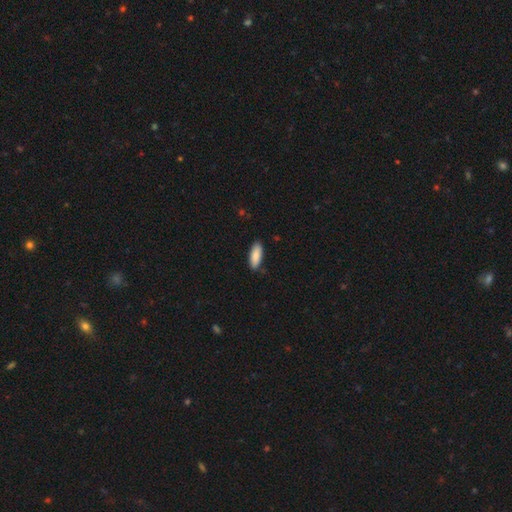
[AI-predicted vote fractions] This appears to be a smooth galaxy with no disk features (88%) that is in between round and cigar-shaped (73%). Merging: none (84%).